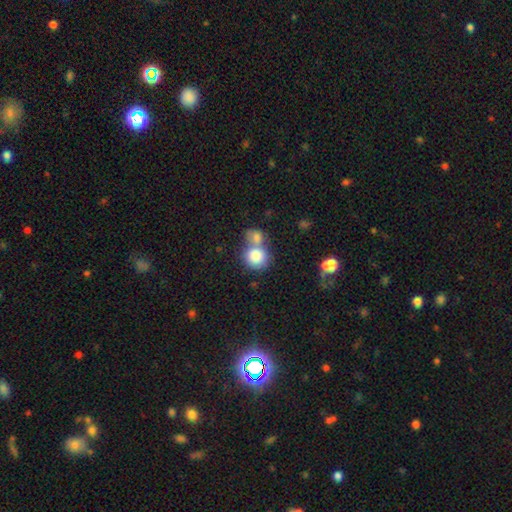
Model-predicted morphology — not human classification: Overall: smooth (82%). How rounded: round (78%). Merging: merger (55%; none 33%).